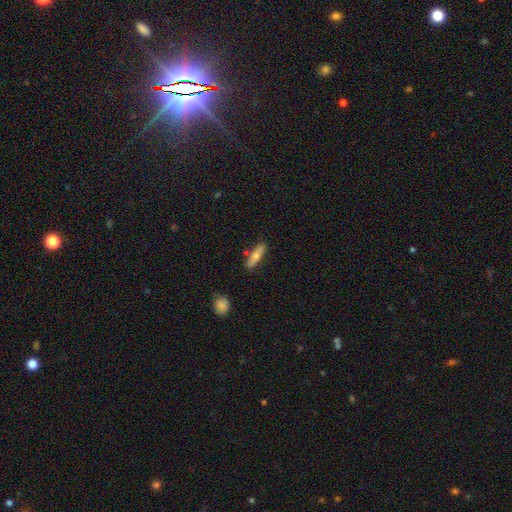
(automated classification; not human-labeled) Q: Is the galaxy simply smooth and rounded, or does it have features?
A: smooth — 59%.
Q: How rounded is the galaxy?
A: cigar-shaped — 66%.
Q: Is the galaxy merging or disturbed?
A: none — 81%.